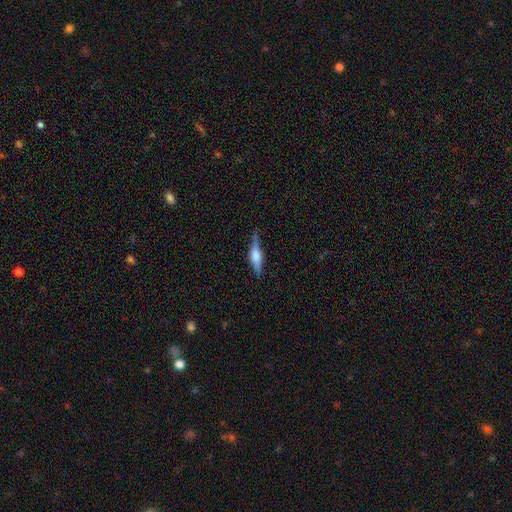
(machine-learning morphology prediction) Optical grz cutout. It shows a featured or disk galaxy (61%) viewed edge-on (96%) with a rounded central bulge (78%). Merging: none (82%).